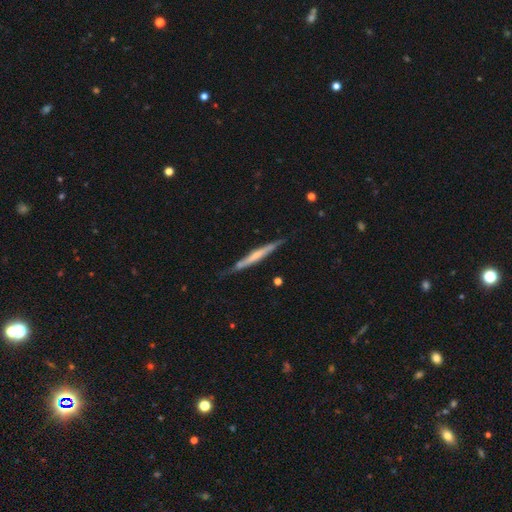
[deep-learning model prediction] Q: Smooth or featured?
A: featured or disk (57%); runner-up: smooth (37%)
Q: Edge-on disk?
A: yes (95%); runner-up: no (5%)
Q: Edge-on bulge?
A: none (57%); runner-up: rounded (25%)
Q: Merging?
A: none (75%); runner-up: minor disturbance (19%)